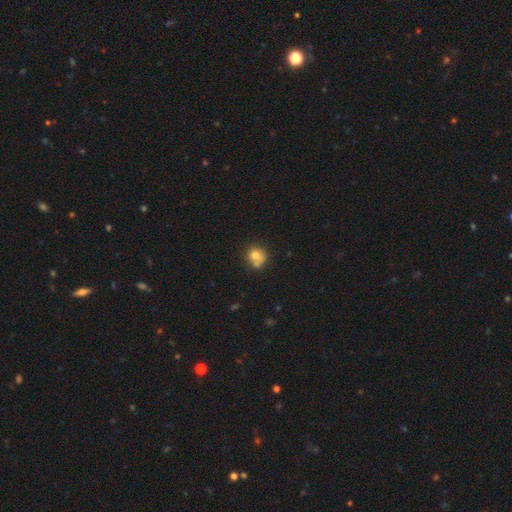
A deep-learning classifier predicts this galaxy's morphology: smooth_or_featured: smooth (p=0.73) [alt: featured or disk p=0.16]
how_rounded: round (p=0.82) [alt: in between p=0.17]
merging: none (p=0.47) [alt: merger p=0.32]